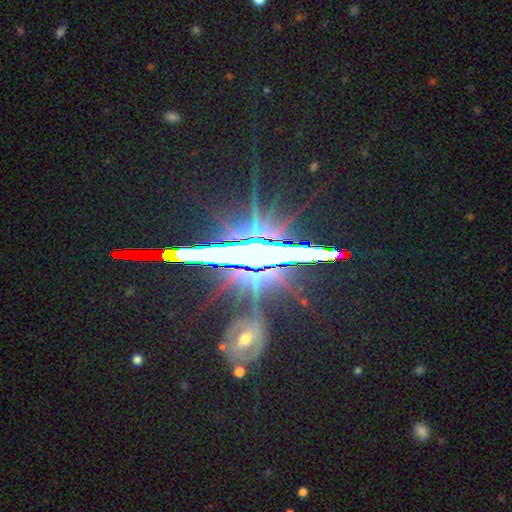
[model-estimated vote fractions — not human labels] star or artifact 72%, featured or disk 17%, smooth 12%.